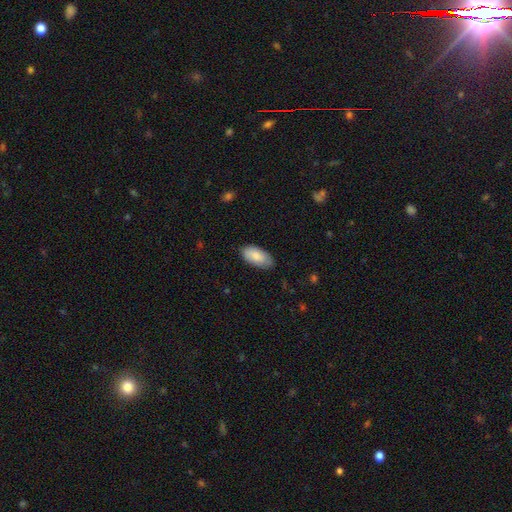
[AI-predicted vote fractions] smooth 84%, featured or disk 11%, star or artifact 6%. Down the decision tree: how rounded — in between (95%); merging — none (80%).